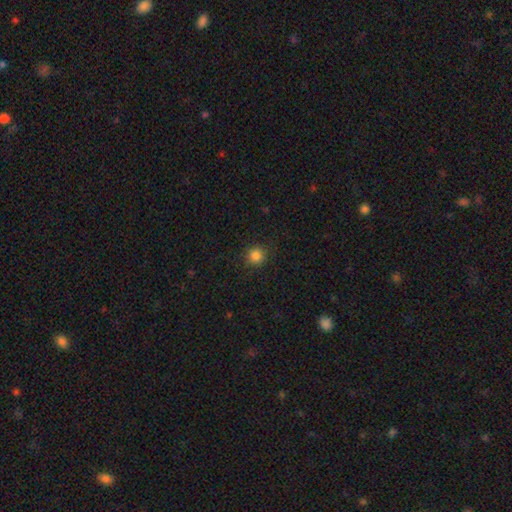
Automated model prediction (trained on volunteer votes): Q: Smooth or featured?
A: smooth (84%); runner-up: star or artifact (12%)
Q: How rounded?
A: round (92%); runner-up: in between (7%)
Q: Merging?
A: none (89%); runner-up: minor disturbance (7%)